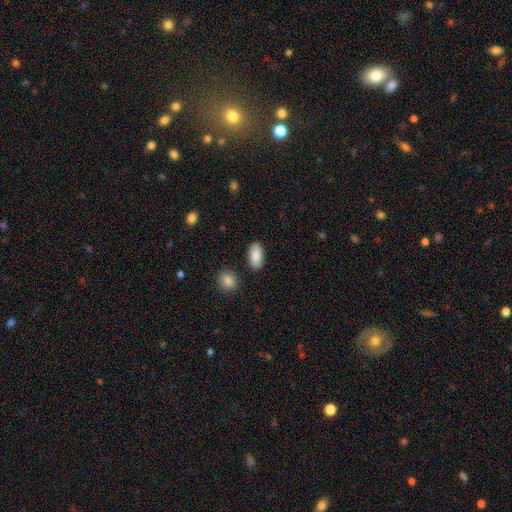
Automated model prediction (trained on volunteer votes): Smooth or featured? smooth (88%)
How rounded? in between (92%)
Merging? none (85%)